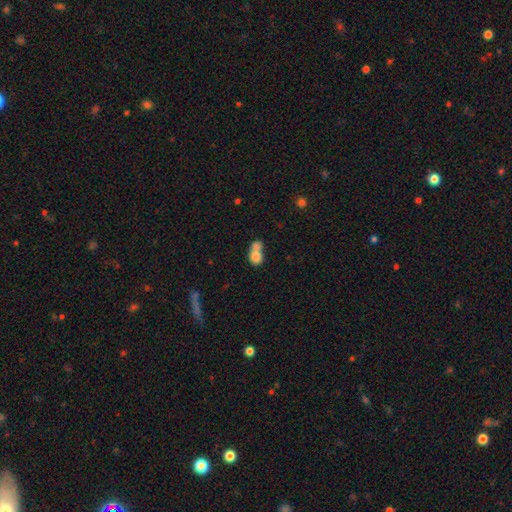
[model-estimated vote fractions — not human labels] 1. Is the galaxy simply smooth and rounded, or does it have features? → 75% smooth, 16% featured or disk, 10% star or artifact.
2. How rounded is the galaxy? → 56% in between, 41% round, 3% cigar-shaped.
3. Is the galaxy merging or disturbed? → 62% merger, 20% none, 10% minor disturbance, 8% major disturbance.